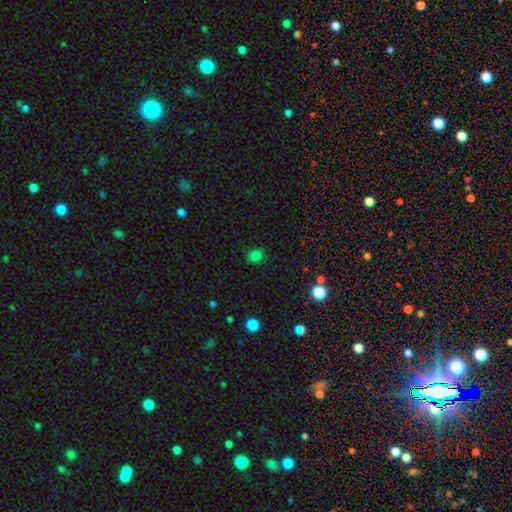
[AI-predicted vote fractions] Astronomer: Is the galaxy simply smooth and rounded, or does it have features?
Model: smooth — 78%.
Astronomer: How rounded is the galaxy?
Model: round — 75%.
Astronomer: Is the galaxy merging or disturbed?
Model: none — 86%.